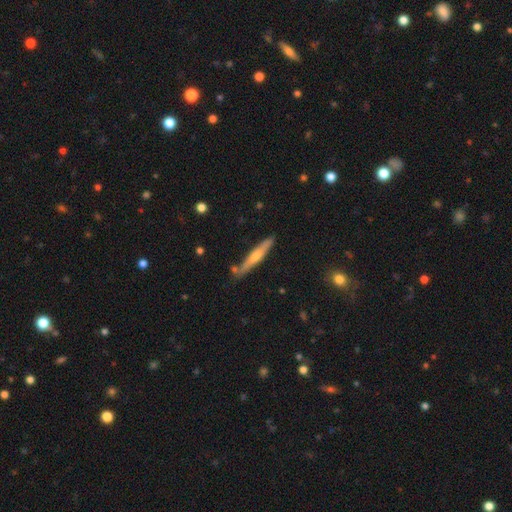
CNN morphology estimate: Smooth or featured? Predicted: featured or disk (p=0.55). Edge-on disk? Predicted: yes (p=0.94). Edge-on bulge? Predicted: rounded (p=0.76). Merging? Predicted: none (p=0.81).